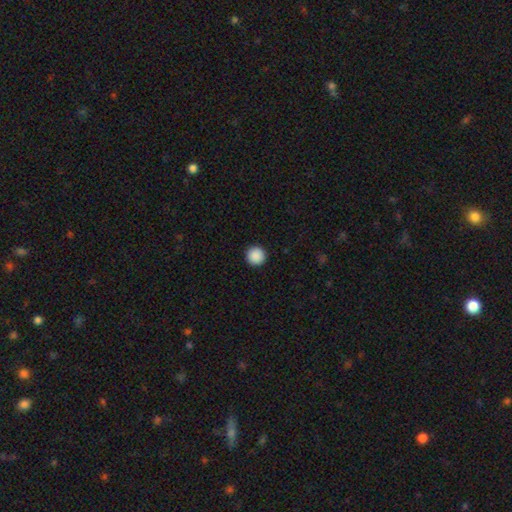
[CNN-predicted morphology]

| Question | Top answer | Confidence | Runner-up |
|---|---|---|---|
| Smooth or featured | smooth | 89% | star or artifact (9%) |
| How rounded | round | 97% | in between (2%) |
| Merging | none | 94% | minor disturbance (4%) |